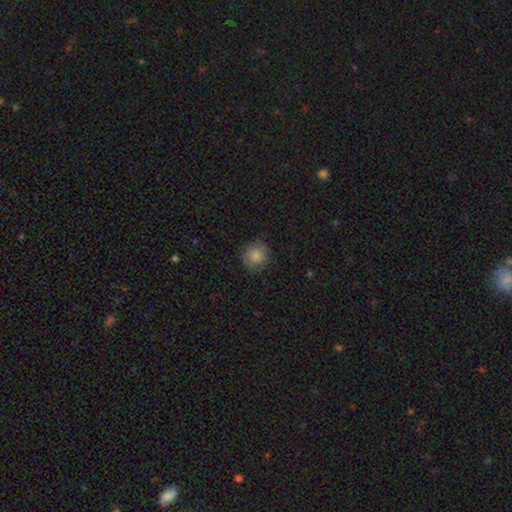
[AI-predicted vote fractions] smooth_or_featured: smooth (p=0.86) [alt: star or artifact p=0.09]
how_rounded: round (p=0.89) [alt: in between p=0.10]
merging: none (p=0.82) [alt: minor disturbance p=0.13]